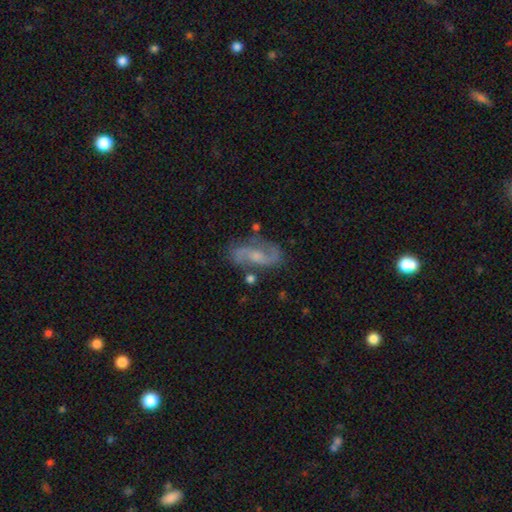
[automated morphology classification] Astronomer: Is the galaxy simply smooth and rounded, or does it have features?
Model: featured or disk — 82%.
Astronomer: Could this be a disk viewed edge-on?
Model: no — 95%.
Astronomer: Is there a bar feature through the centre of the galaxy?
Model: no — 46% (runner-up: weak, 41%).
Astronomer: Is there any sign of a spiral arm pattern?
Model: yes — 95%.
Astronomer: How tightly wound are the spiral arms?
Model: medium — 43%, tied with loose at 43%.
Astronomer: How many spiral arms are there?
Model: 2 — 91%.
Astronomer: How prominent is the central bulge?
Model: small — 46% (runner-up: moderate, 42%).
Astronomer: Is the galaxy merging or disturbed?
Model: none — 74%.